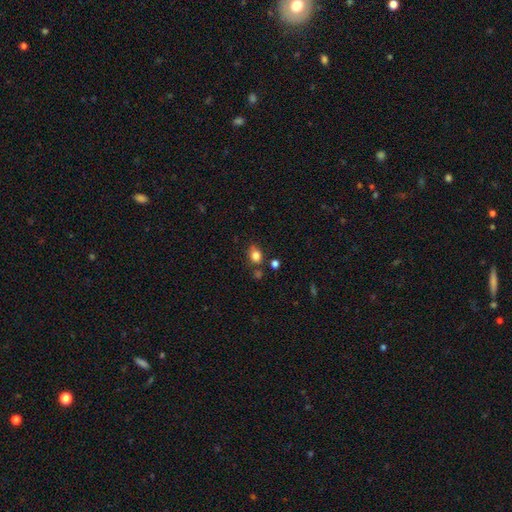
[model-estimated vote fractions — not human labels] Smooth or featured? smooth (83%)
How rounded? in between (57%)
Merging? none (70%)